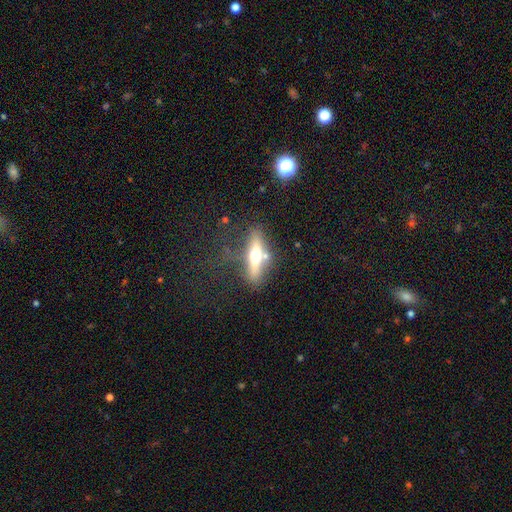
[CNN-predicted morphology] featured or disk 49%, smooth 44%, star or artifact 8%. Down the decision tree: merging — none (63%).